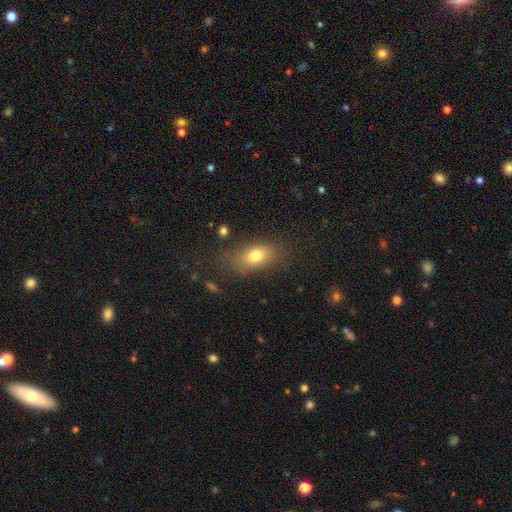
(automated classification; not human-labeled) This appears to be a smooth galaxy with no disk features (77%) that is in between round and cigar-shaped (81%). Merging: none (71%).